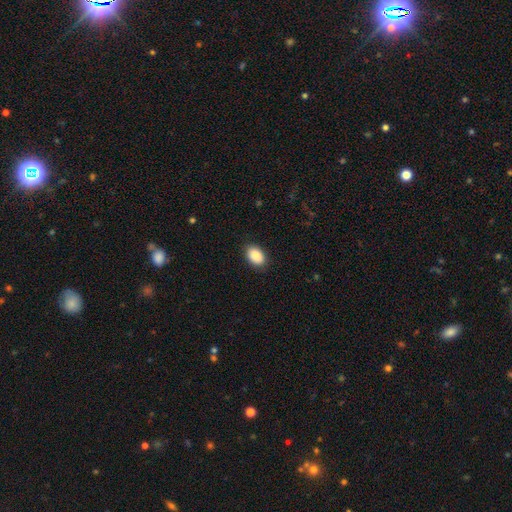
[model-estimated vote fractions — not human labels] A smooth galaxy with no disk features (90%) that is in between round and cigar-shaped (88%).

Vote fractions:
- Smooth or featured? smooth: 90% / star or artifact: 7% / featured or disk: 3%
- How rounded? in between: 88% / round: 11% / cigar-shaped: 1%
- Merging? none: 88% / minor disturbance: 9% / major disturbance: 2% / merger: 1%